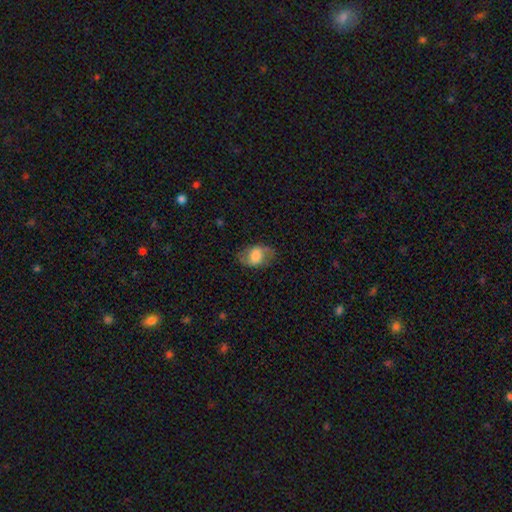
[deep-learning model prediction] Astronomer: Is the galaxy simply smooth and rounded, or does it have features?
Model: smooth — 53% (runner-up: featured or disk, 39%).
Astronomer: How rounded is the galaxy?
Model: in between — 81%.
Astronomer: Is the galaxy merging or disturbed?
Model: none — 70%.